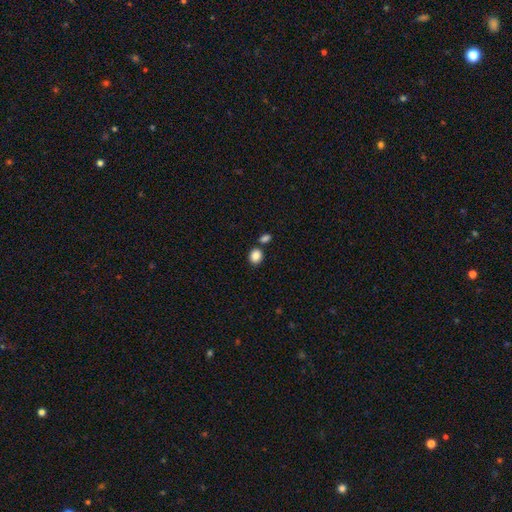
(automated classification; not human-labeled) smooth-or-featured: smooth: 87% | star or artifact: 9% | featured or disk: 4%
  how-rounded: round: 61% | in between: 38% | cigar-shaped: 1%
  merging: none: 73% | merger: 15% | minor disturbance: 10% | major disturbance: 3%